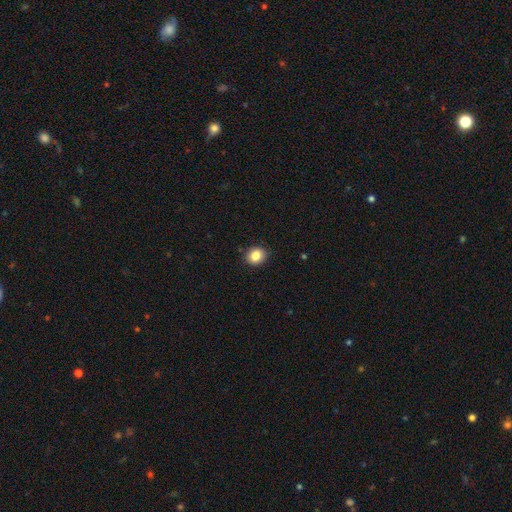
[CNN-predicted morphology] Smooth or featured: smooth — 85% (star or artifact — 10%)
How rounded: round — 67% (in between — 32%)
Merging: none — 89% (minor disturbance — 8%)